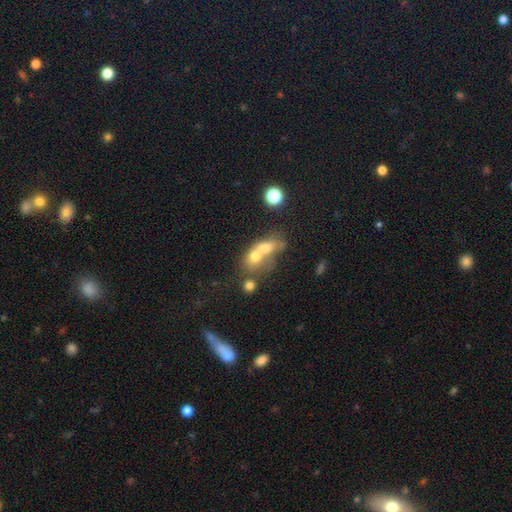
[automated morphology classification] smooth 62%, featured or disk 25%, star or artifact 13%. Down the decision tree: how rounded — in between (54%); merging — merger (70%).